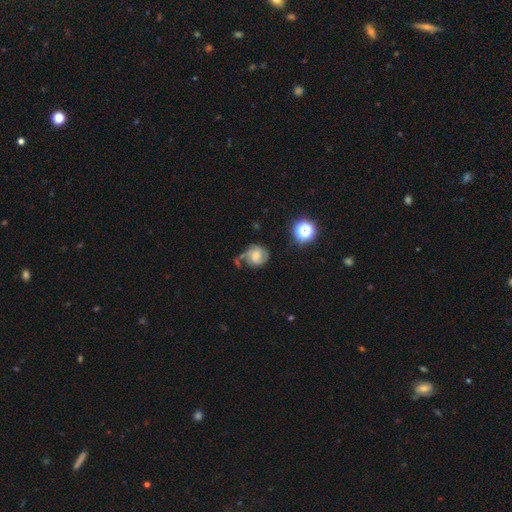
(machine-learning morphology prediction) Smooth or featured? Predicted: featured or disk (p=0.69). Edge-on disk? Predicted: no (p=0.98). Bar? Predicted: weak (p=0.45). Spiral arms? Predicted: yes (p=0.93). Spiral winding? Predicted: medium (p=0.44). Spiral arm count? Predicted: 2 (p=0.69). Bulge size? Predicted: moderate (p=0.38). Merging? Predicted: none (p=0.51).